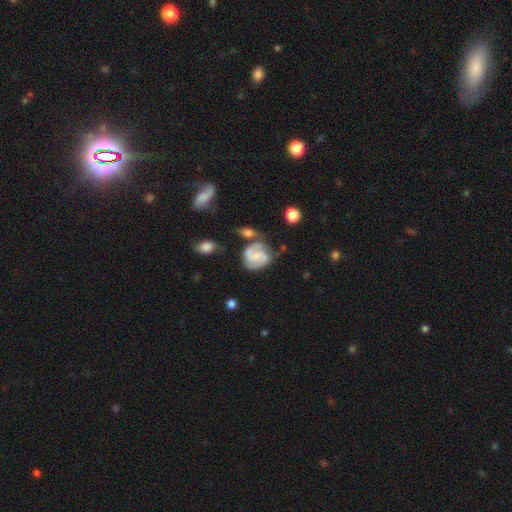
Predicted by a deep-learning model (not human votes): Smooth or featured?
  - featured or disk: 68% *
  - smooth: 25%
  - star or artifact: 7%
Edge-on disk?
  - no: 98% *
  - yes: 2%
Bar?
  - no: 48% *
  - weak: 42%
  - strong: 10%
Spiral arms?
  - yes: 92% *
  - no: 8%
Spiral winding?
  - medium: 46% *
  - tight: 36%
  - loose: 18%
Spiral arm count?
  - 2: 78% *
  - can't tell: 10%
  - 3: 6%
  - 1: 3%
  - 4: 1%
  - more than 4: 1%
Bulge size?
  - small: 44% *
  - none: 31%
  - moderate: 21%
  - large: 3%
  - dominant: 1%
Merging?
  - none: 55% *
  - minor disturbance: 20%
  - merger: 14%
  - major disturbance: 11%